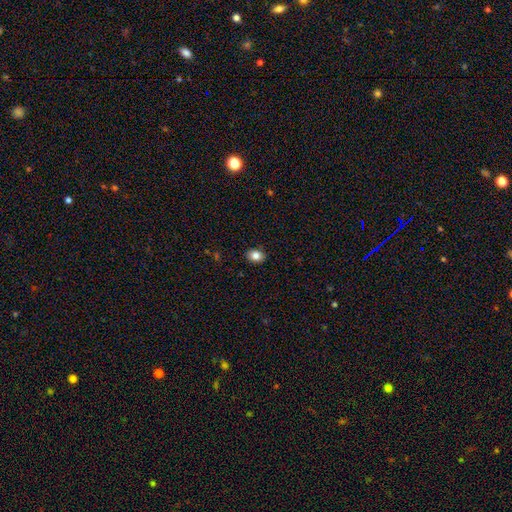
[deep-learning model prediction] The model was most divided on "how rounded": in between: 58%, round: 41%, cigar-shaped: 1%. More confident: merging — none (88%); smooth or featured — smooth (84%).